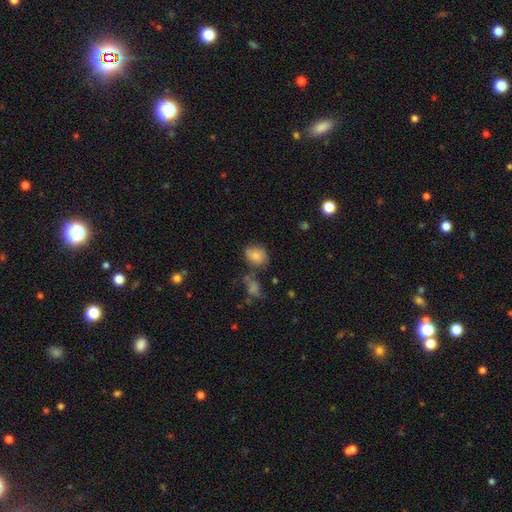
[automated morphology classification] smooth_or_featured: smooth (p=0.75) [alt: featured or disk p=0.16]
how_rounded: in between (p=0.55) [alt: round p=0.43]
merging: none (p=0.54) [alt: minor disturbance p=0.24]